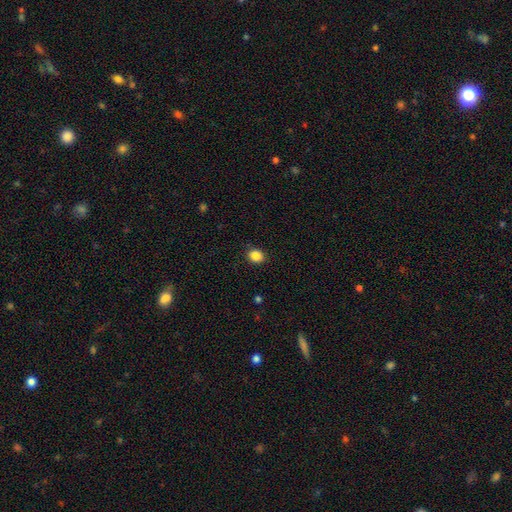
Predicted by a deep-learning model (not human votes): Smooth or featured?
  - smooth: 86% *
  - star or artifact: 10%
  - featured or disk: 4%
How rounded?
  - round: 65% *
  - in between: 34%
  - cigar-shaped: 1%
Merging?
  - none: 89% *
  - minor disturbance: 8%
  - major disturbance: 2%
  - merger: 1%